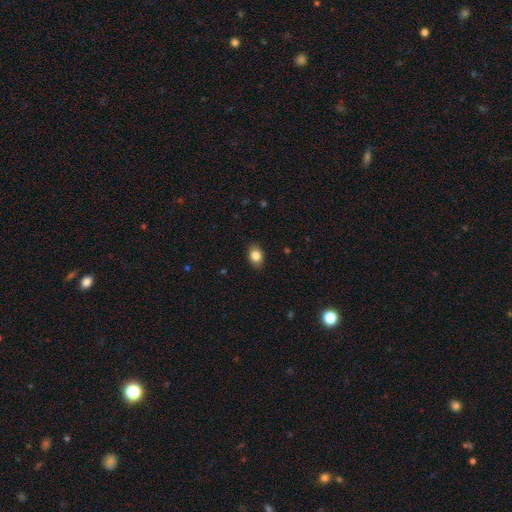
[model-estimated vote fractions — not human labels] smooth 84%, star or artifact 9%, featured or disk 7%. Down the decision tree: how rounded — in between (73%); merging — none (87%).